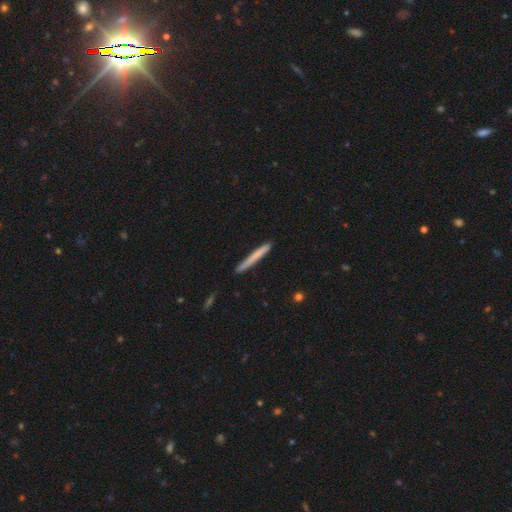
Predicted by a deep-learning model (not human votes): Morphology: type=smooth (70%); roundness=cigar-shaped (97%); merging=none (89%).